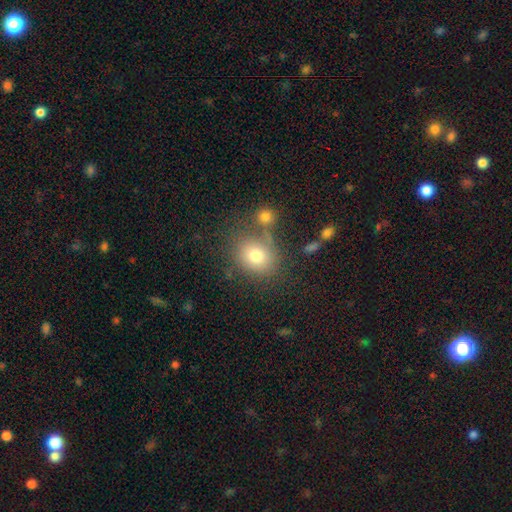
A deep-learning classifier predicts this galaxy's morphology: Smooth or featured? smooth (77%)
How rounded? round (65%)
Merging? none (65%)